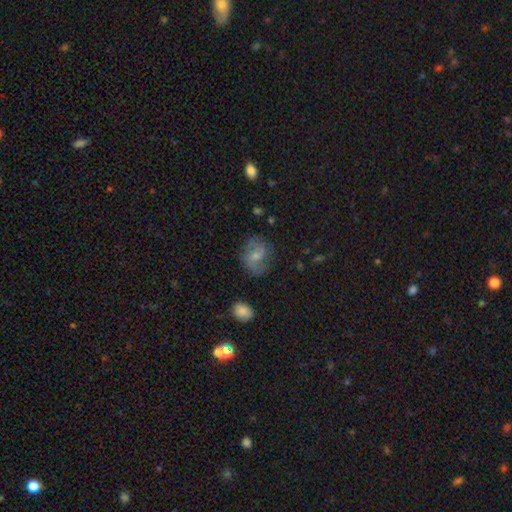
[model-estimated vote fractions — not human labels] A featured or disk galaxy (60%) with no bar (47%), 2 (86%) medium (47%) spiral arms (88%) and a small central bulge (55%).

Vote fractions:
- Smooth or featured? featured or disk: 60% / smooth: 32% / star or artifact: 8%
- Edge-on disk? no: 97% / yes: 3%
- Bar? no: 47% / weak: 43% / strong: 9%
- Spiral arms? yes: 88% / no: 12%
- Spiral winding? medium: 47% / loose: 36% / tight: 17%
- Spiral arm count? 2: 86% / can't tell: 7% / 1: 3% / 3: 2% / 4: 1% / more than 4: 1%
- Bulge size? small: 55% / moderate: 36% / none: 6% / large: 2% / dominant: 1%
- Merging? none: 71% / minor disturbance: 19% / major disturbance: 8% / merger: 2%